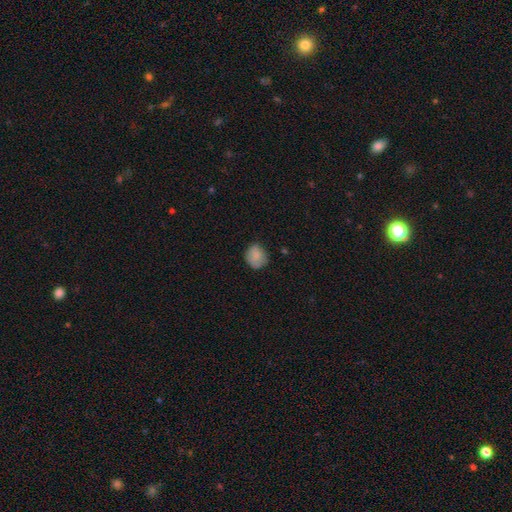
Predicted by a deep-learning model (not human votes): Smooth or featured? Predicted: smooth (p=0.83). How rounded? Predicted: round (p=0.72). Merging? Predicted: none (p=0.68).